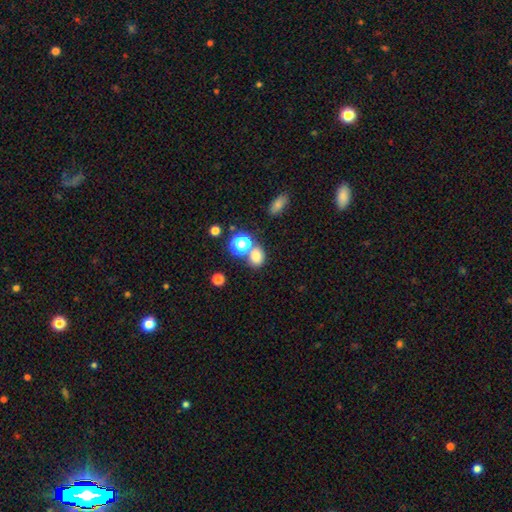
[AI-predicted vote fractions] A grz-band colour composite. It shows a smooth galaxy with no disk features (75%) that is round (58%). Merging: none (59%).